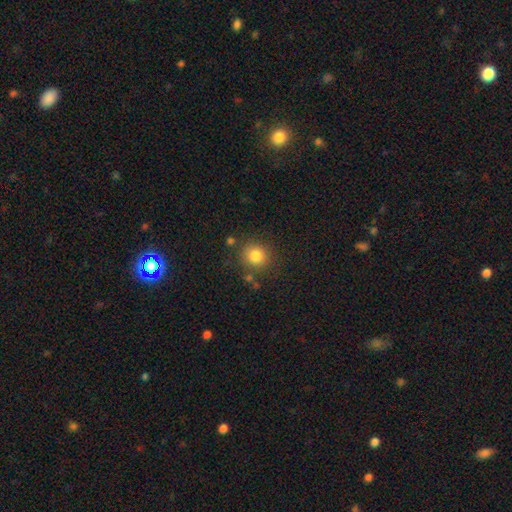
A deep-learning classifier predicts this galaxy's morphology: Q: Smooth or featured?
A: smooth (83%); runner-up: star or artifact (11%)
Q: How rounded?
A: round (87%); runner-up: in between (12%)
Q: Merging?
A: none (81%); runner-up: minor disturbance (11%)